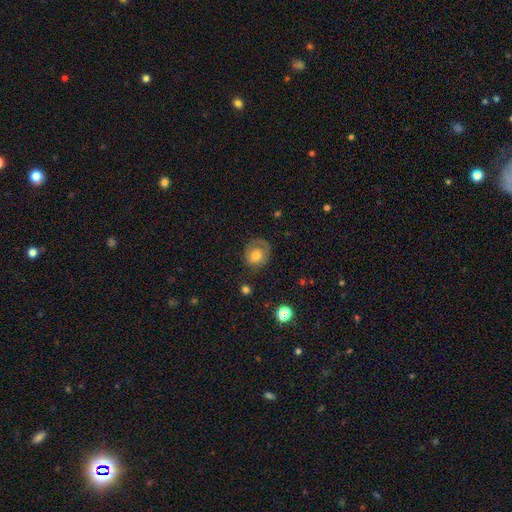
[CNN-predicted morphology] The model was most divided on "smooth or featured": smooth: 63%, featured or disk: 28%, star or artifact: 10%. More confident: how rounded — round (74%); merging — none (60%).